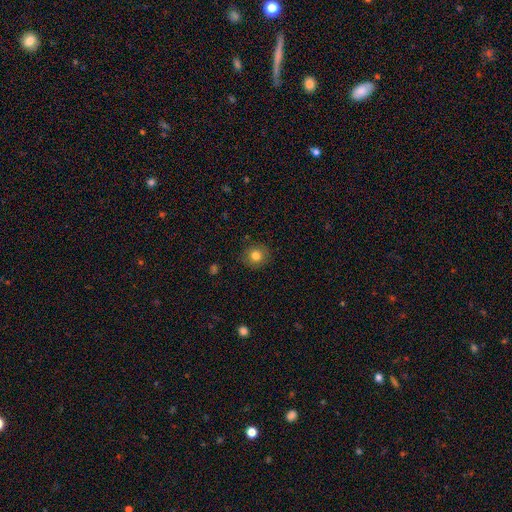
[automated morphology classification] Smooth or featured? Predicted: smooth (p=0.81). How rounded? Predicted: round (p=0.88). Merging? Predicted: none (p=0.89).